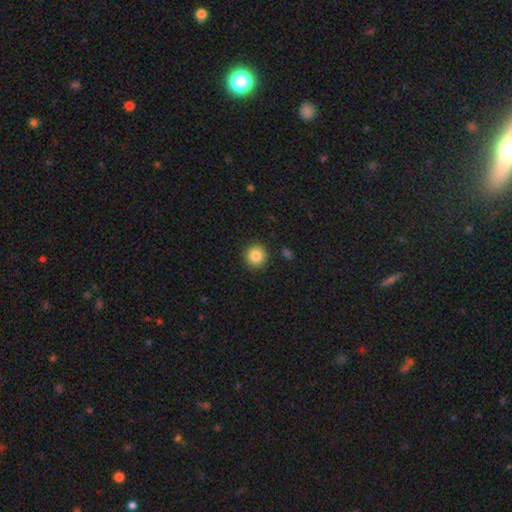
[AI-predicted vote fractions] smooth 85%, star or artifact 9%, featured or disk 6%. Down the decision tree: how rounded — round (93%); merging — none (91%).